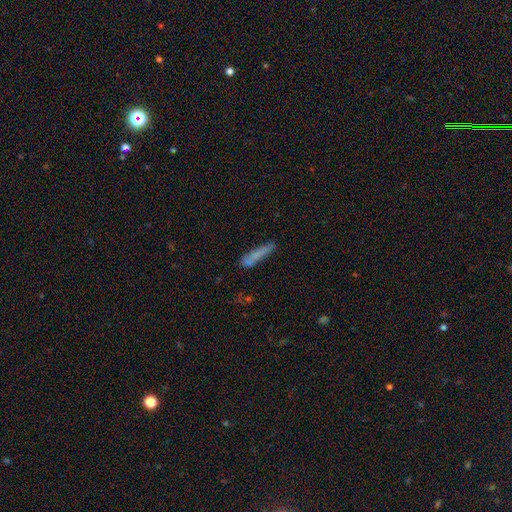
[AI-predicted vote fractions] Overall: smooth (72%). How rounded: cigar-shaped (90%). Merging: none (70%).